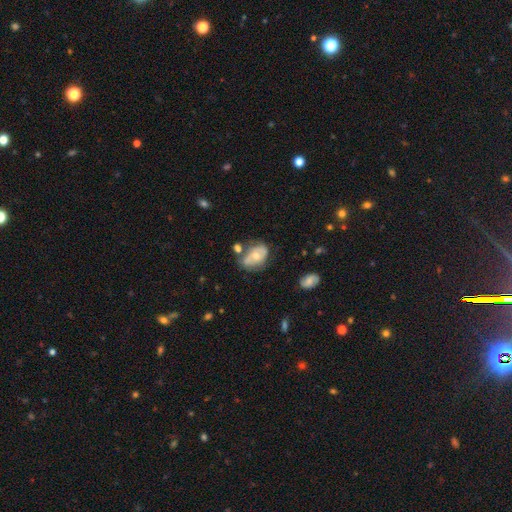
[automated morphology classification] type=featured or disk (46%, tied with smooth); merging=none (44%).